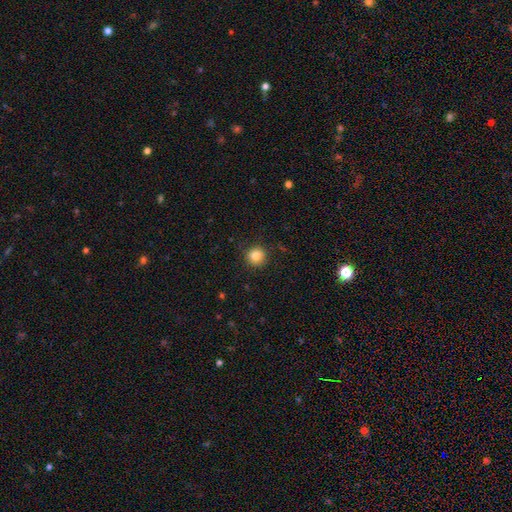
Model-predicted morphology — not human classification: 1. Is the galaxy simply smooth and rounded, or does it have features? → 84% smooth, 10% star or artifact, 6% featured or disk.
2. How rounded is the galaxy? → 93% round, 6% in between, 1% cigar-shaped.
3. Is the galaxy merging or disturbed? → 89% none, 8% minor disturbance, 2% major disturbance, 1% merger.